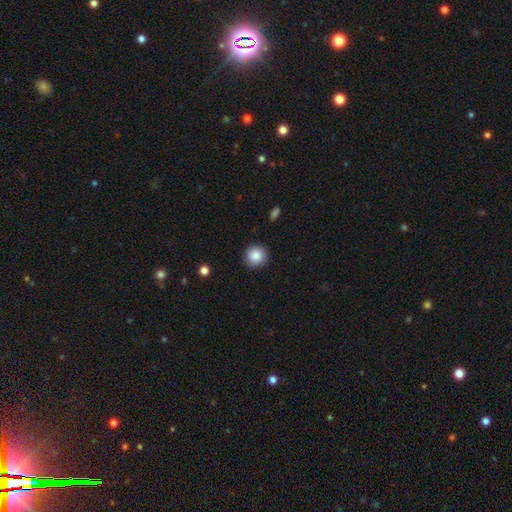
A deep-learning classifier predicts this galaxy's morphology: A smooth galaxy with no disk features (86%) that is round (93%). Merging: none (90%).